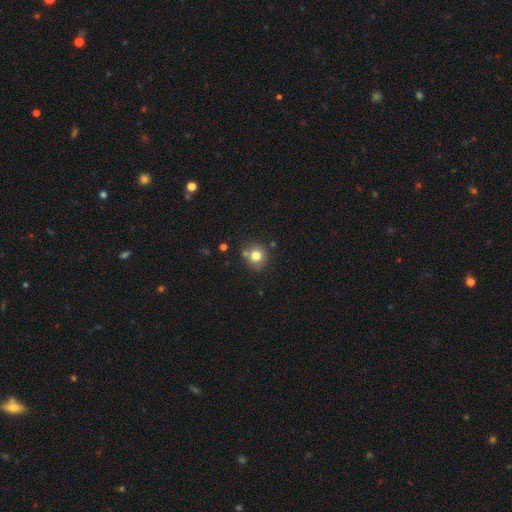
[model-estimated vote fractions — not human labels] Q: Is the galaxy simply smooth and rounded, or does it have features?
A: smooth — 78%.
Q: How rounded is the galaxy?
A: round — 88%.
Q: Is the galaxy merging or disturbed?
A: none — 74%.